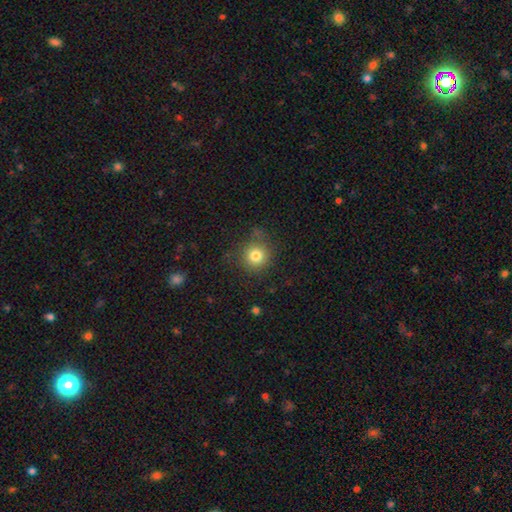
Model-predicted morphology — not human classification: A smooth galaxy with no disk features (80%) that is round (92%). Merging: none (78%).